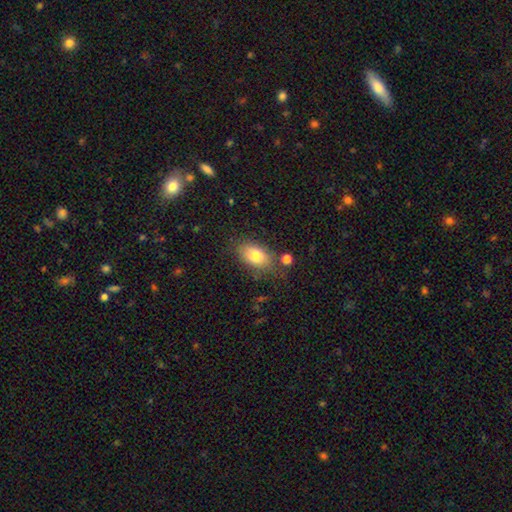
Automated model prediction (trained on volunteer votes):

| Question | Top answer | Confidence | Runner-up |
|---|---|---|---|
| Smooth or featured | smooth | 79% | featured or disk (13%) |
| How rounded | in between | 86% | round (11%) |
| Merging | none | 72% | minor disturbance (17%) |